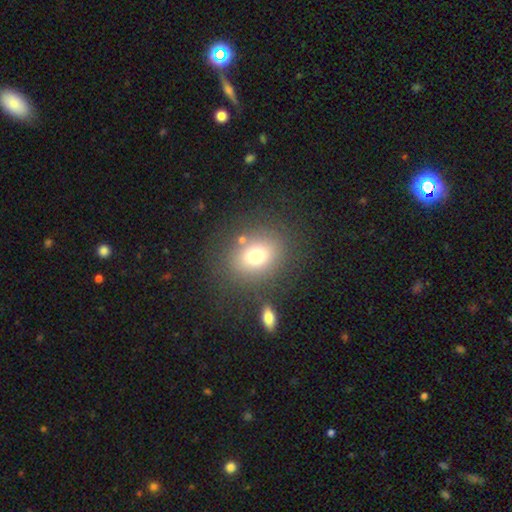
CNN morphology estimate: Smooth or featured? Predicted: smooth (p=0.72). How rounded? Predicted: round (p=0.59). Merging? Predicted: none (p=0.76).